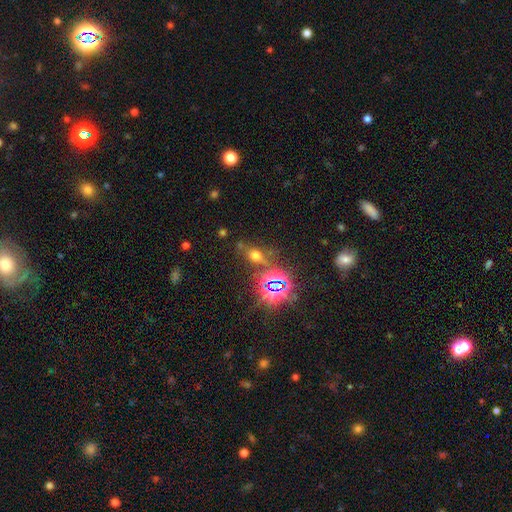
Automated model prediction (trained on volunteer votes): A star or artifact, not a galaxy (46%).

Vote fractions:
- Smooth or featured? star or artifact: 46% / smooth: 41% / featured or disk: 13%